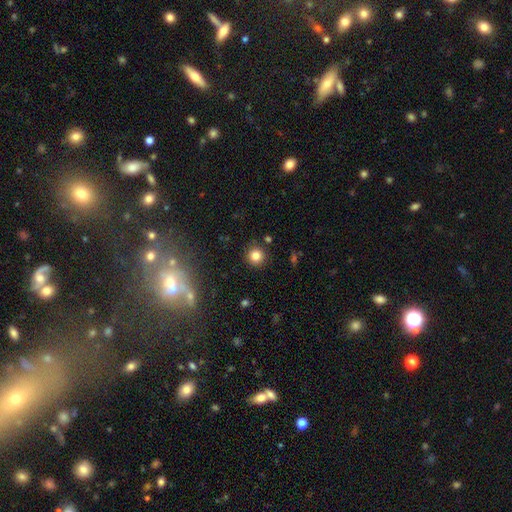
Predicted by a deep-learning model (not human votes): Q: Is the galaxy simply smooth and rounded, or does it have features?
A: smooth — 82%.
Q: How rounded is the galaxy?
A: round — 94%.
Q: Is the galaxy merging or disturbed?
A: none — 89%.